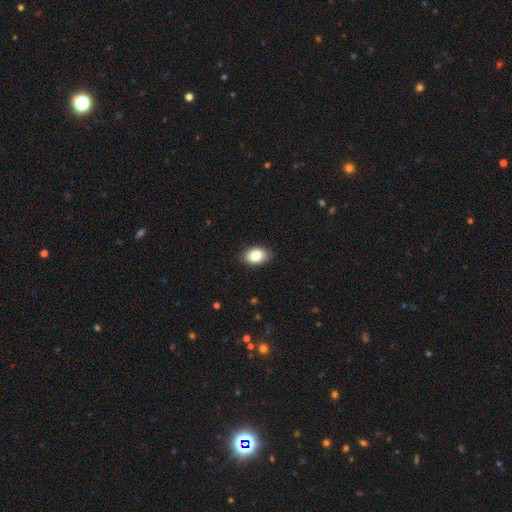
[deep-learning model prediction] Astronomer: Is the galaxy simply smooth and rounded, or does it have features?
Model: smooth — 84%.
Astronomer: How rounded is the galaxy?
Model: in between — 85%.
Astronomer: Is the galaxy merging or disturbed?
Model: none — 88%.